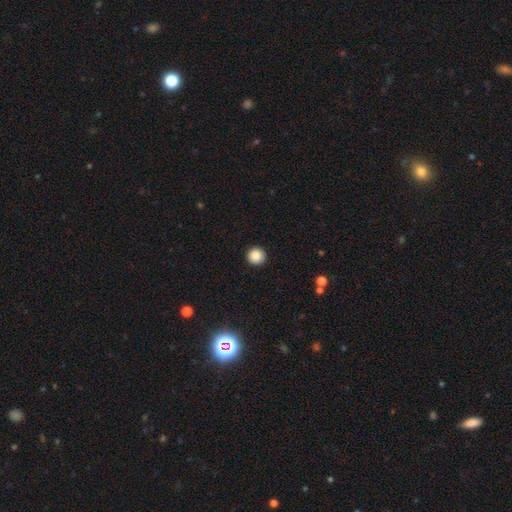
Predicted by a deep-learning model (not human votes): smooth_or_featured: smooth (p=0.88) [alt: star or artifact p=0.09]
how_rounded: round (p=0.95) [alt: in between p=0.04]
merging: none (p=0.93) [alt: minor disturbance p=0.05]